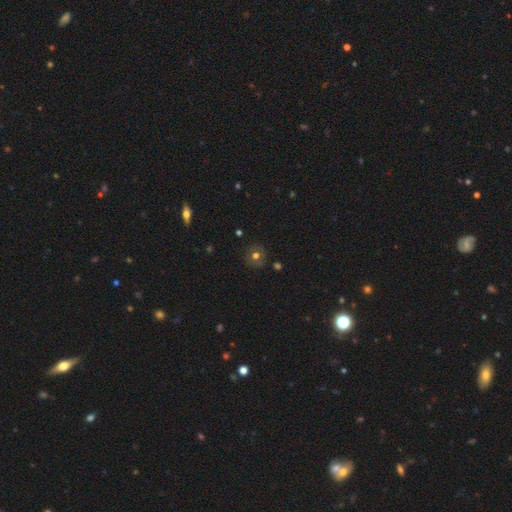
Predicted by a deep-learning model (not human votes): This is likely a smooth galaxy (64%). How rounded: clearly round (91%). Merging: clearly none (85%).